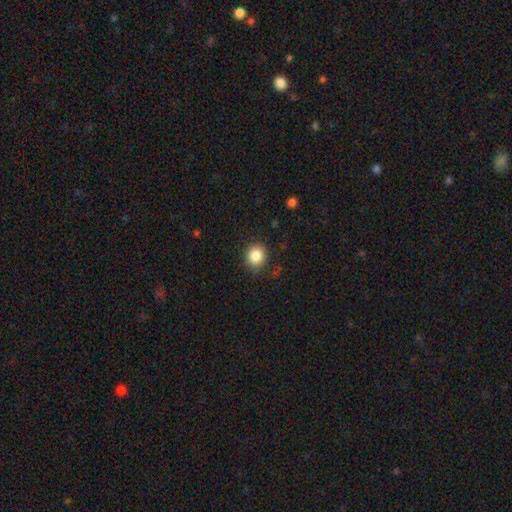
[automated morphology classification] Overall: smooth (86%). How rounded: round (83%). Merging: none (88%).